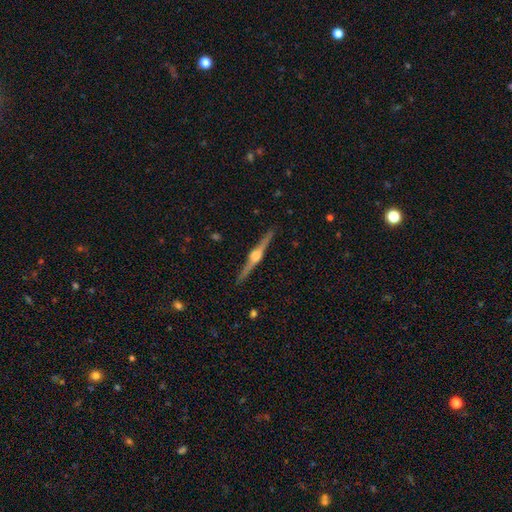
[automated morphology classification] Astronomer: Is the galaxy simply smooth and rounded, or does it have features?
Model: featured or disk — 87%.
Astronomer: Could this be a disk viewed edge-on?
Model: yes — 99%.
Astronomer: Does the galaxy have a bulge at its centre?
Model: rounded — 90%.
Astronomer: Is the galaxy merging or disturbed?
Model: none — 91%.